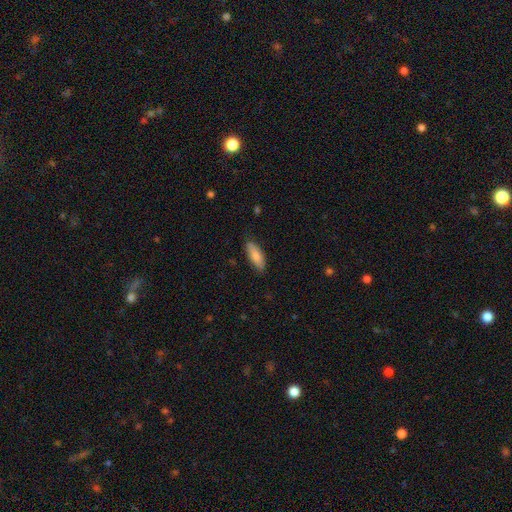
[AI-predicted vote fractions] Q: Smooth or featured?
A: smooth (82%); runner-up: featured or disk (12%)
Q: How rounded?
A: in between (64%); runner-up: cigar-shaped (34%)
Q: Merging?
A: none (83%); runner-up: minor disturbance (13%)